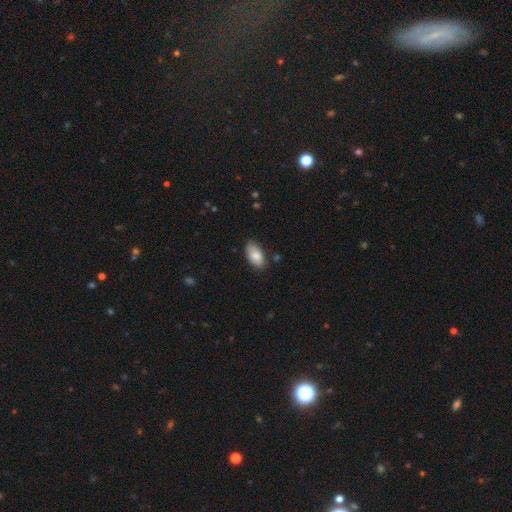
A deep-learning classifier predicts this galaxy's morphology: This is clearly a smooth galaxy (84%). How rounded: clearly in between (94%). Merging: likely none (78%).